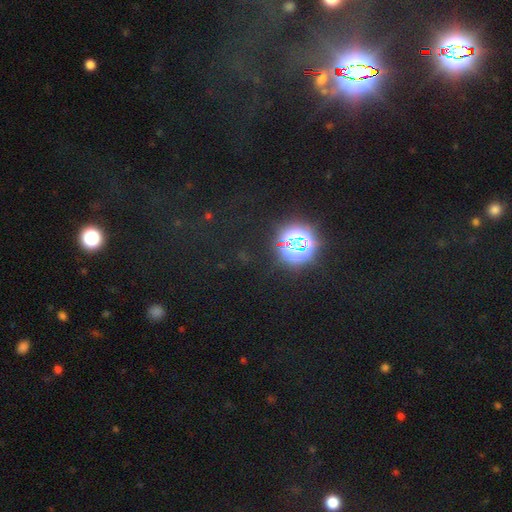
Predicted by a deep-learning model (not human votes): Smooth or featured: star or artifact — 70% (smooth — 20%)